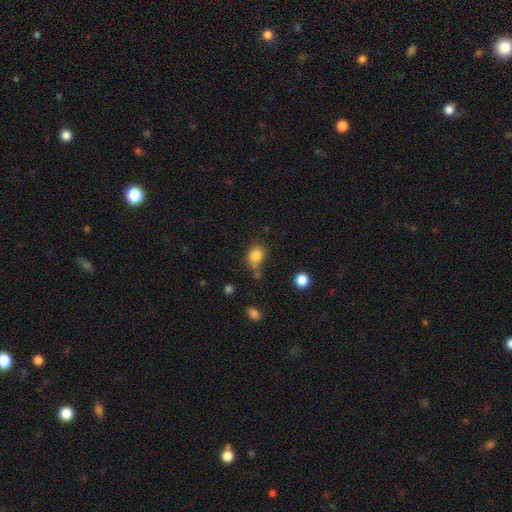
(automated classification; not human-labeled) smooth_or_featured: smooth (p=0.82) [alt: star or artifact p=0.11]
how_rounded: round (p=0.58) [alt: in between p=0.41]
merging: none (p=0.57) [alt: minor disturbance p=0.23]